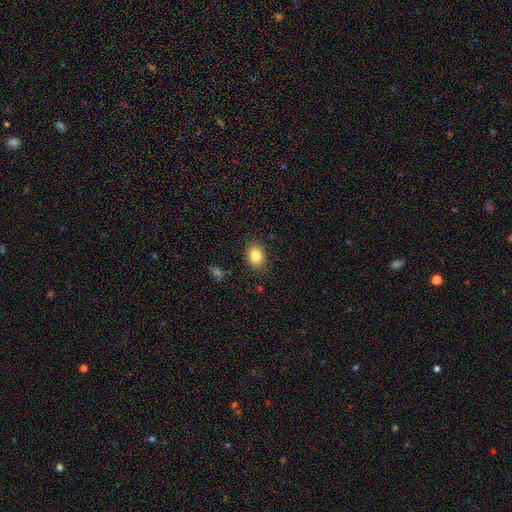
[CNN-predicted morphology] Smooth or featured?
  - smooth: 83% *
  - star or artifact: 9%
  - featured or disk: 8%
How rounded?
  - in between: 68% *
  - round: 31%
  - cigar-shaped: 1%
Merging?
  - none: 85% *
  - minor disturbance: 11%
  - major disturbance: 3%
  - merger: 1%